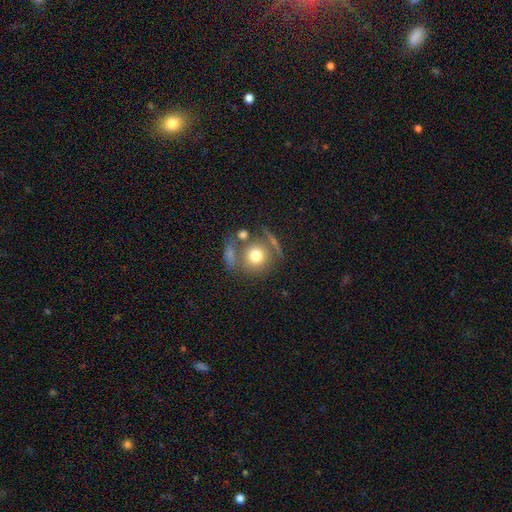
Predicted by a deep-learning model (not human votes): Smooth or featured? Predicted: smooth (p=0.69). How rounded? Predicted: round (p=0.88). Merging? Predicted: none (p=0.58).